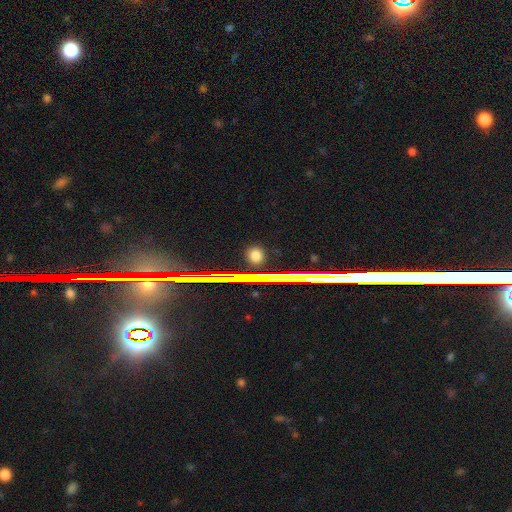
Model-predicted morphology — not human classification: Q: Smooth or featured?
A: smooth (67%); runner-up: star or artifact (26%)
Q: How rounded?
A: round (72%); runner-up: in between (24%)
Q: Merging?
A: none (87%); runner-up: minor disturbance (8%)